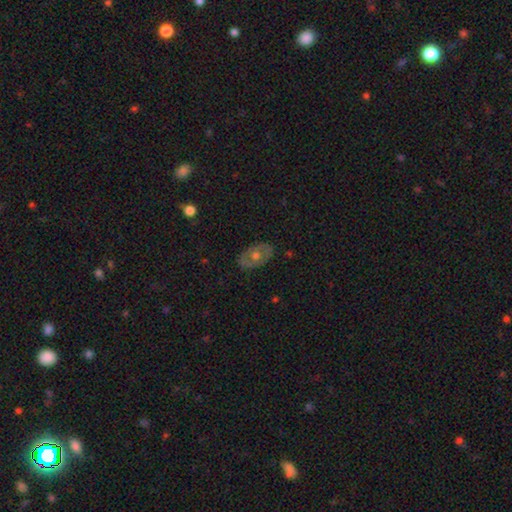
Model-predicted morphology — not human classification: A featured or disk galaxy (52%). Merging: none (83%).